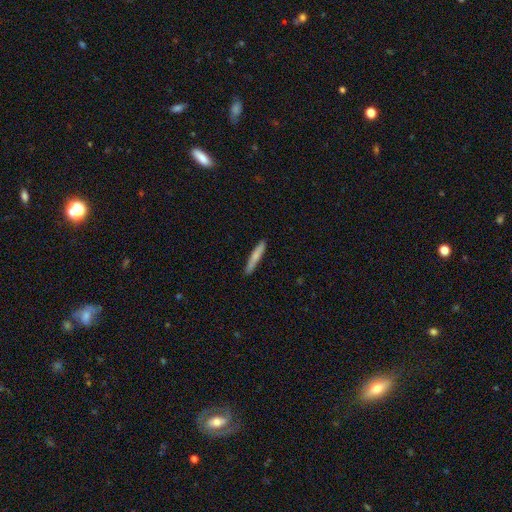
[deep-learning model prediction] Overall: smooth (76%). How rounded: cigar-shaped (94%). Merging: none (88%).